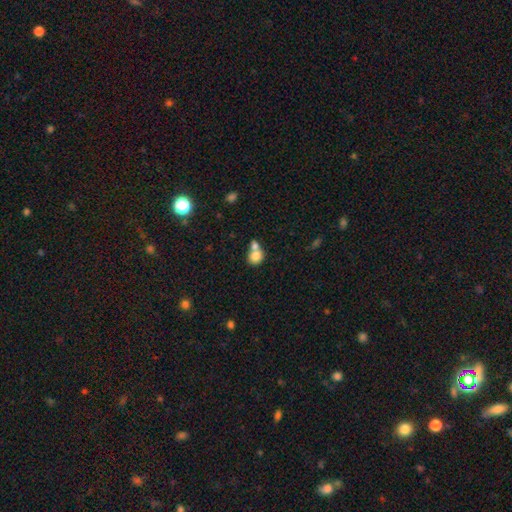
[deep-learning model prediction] Overall: smooth (80%). How rounded: round (73%). Merging: merger (54%; none 35%).